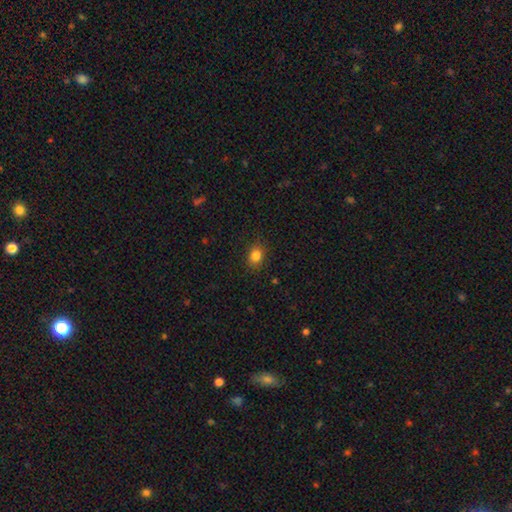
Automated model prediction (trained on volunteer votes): Smooth or featured? Predicted: smooth (p=0.84). How rounded? Predicted: in between (p=0.55). Merging? Predicted: none (p=0.85).